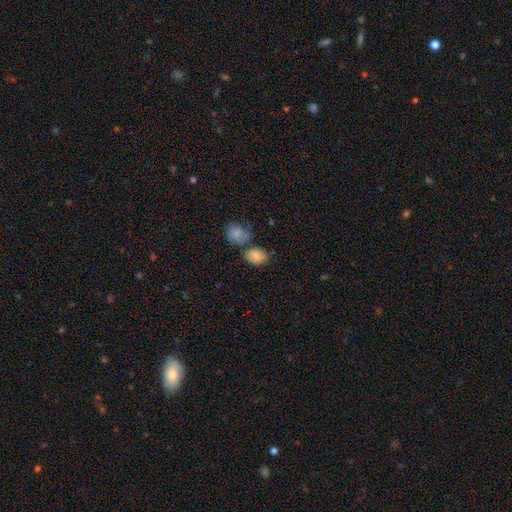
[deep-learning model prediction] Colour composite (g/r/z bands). It shows a smooth galaxy with no disk features (83%) that is in between round and cigar-shaped (67%). Merging: none (53%).